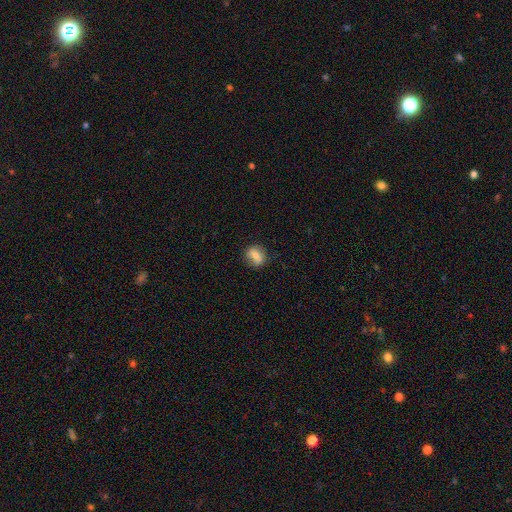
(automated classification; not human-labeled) Smooth or featured?
  - smooth: 71% *
  - featured or disk: 21%
  - star or artifact: 9%
How rounded?
  - round: 57% *
  - in between: 41%
  - cigar-shaped: 2%
Merging?
  - none: 77% *
  - minor disturbance: 17%
  - major disturbance: 5%
  - merger: 2%